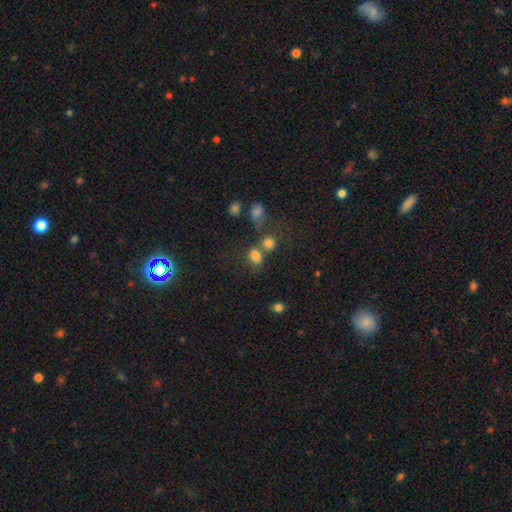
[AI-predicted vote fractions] Smooth or featured?
  - smooth: 77% *
  - star or artifact: 15%
  - featured or disk: 8%
How rounded?
  - in between: 59% *
  - round: 40%
  - cigar-shaped: 2%
Merging?
  - none: 44% *
  - merger: 34%
  - minor disturbance: 14%
  - major disturbance: 8%